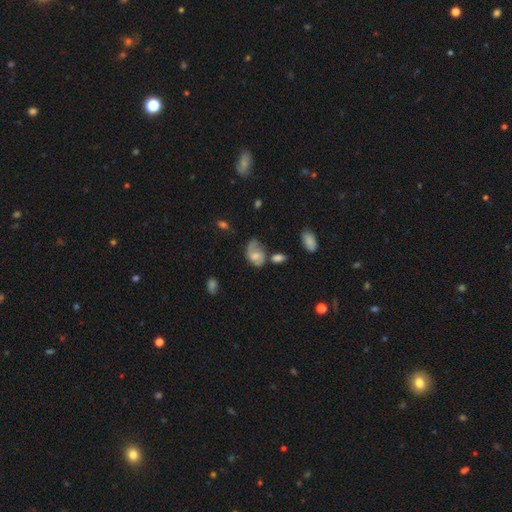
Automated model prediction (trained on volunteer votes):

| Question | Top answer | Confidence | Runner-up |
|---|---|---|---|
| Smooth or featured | featured or disk | 52% | smooth (39%) |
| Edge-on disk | no | 96% | yes (4%) |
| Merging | none | 44% | minor disturbance (29%) |